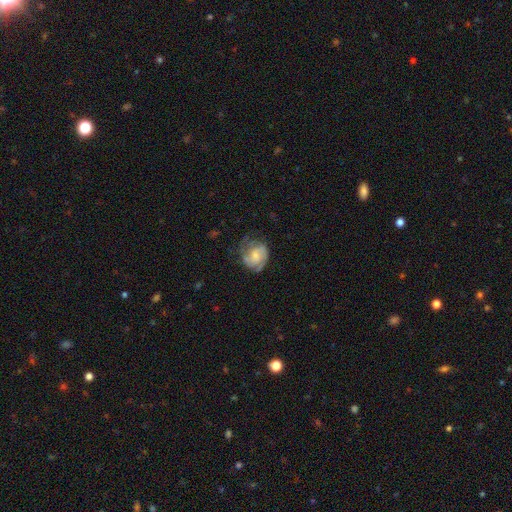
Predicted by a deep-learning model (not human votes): Q: Smooth or featured?
A: featured or disk (60%); runner-up: smooth (32%)
Q: Edge-on disk?
A: no (98%); runner-up: yes (2%)
Q: Bar?
A: no (62%); runner-up: weak (32%)
Q: Spiral arms?
A: yes (84%); runner-up: no (16%)
Q: Bulge size?
A: small (39%); runner-up: moderate (35%)
Q: Merging?
A: none (50%); runner-up: minor disturbance (28%)